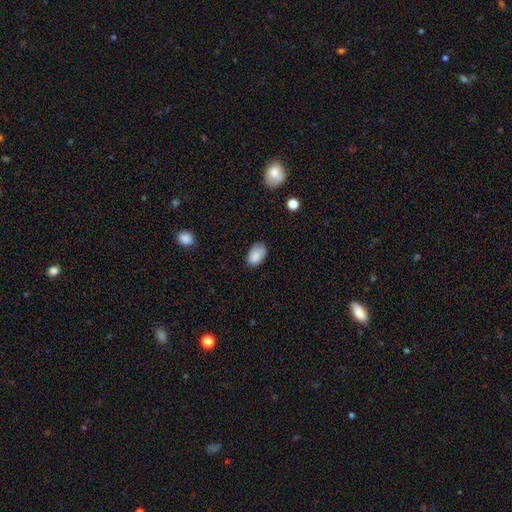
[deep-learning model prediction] Smooth or featured?
  - smooth: 86% *
  - star or artifact: 8%
  - featured or disk: 6%
How rounded?
  - in between: 92% *
  - round: 7%
  - cigar-shaped: 1%
Merging?
  - none: 71% *
  - minor disturbance: 23%
  - major disturbance: 4%
  - merger: 1%